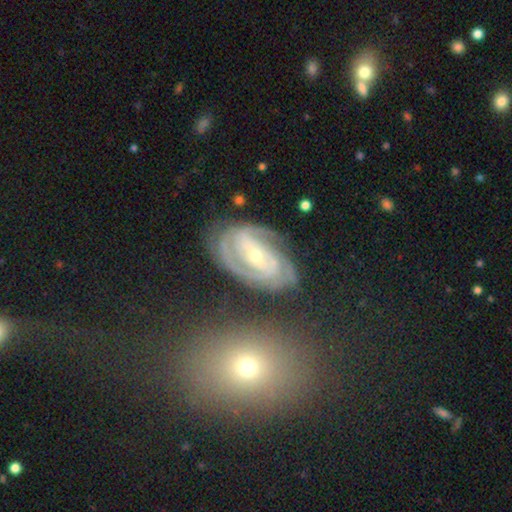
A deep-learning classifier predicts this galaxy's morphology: Smooth or featured: featured or disk — 88% (smooth — 6%)
Edge-on disk: no — 96% (yes — 4%)
Bar: strong — 39% (weak — 35%)
Spiral arms: yes — 96% (no — 4%)
Spiral winding: tight — 64% (medium — 30%)
Spiral arm count: 2 — 47% (3 — 23%)
Bulge size: small — 65% (moderate — 32%)
Merging: none — 69% (minor disturbance — 19%)